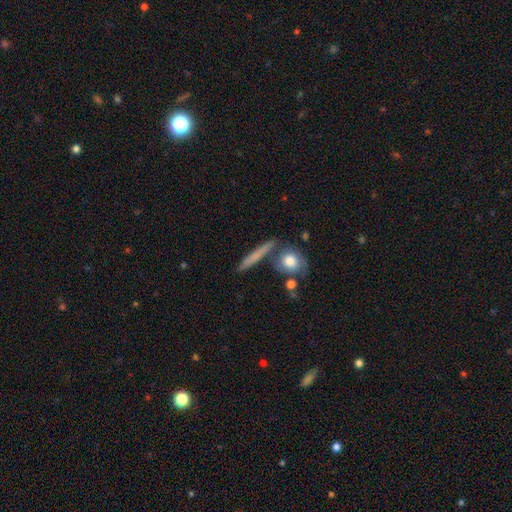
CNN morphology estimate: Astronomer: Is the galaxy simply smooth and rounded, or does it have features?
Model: smooth — 61%.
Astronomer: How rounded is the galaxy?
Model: cigar-shaped — 84%.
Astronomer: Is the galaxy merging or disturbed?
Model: none — 76%.